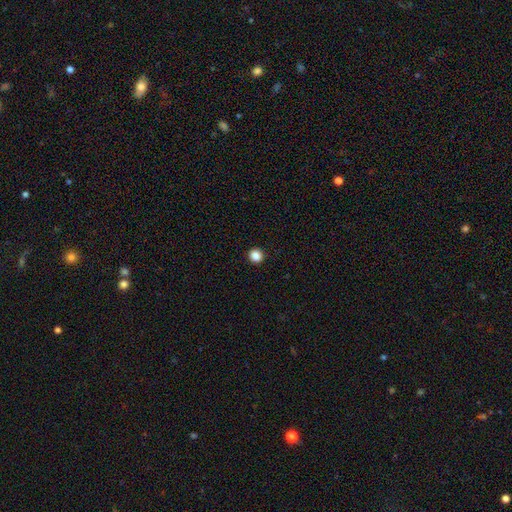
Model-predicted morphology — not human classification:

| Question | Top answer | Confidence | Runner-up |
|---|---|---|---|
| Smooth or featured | smooth | 87% | star or artifact (11%) |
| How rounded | round | 92% | in between (7%) |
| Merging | none | 94% | minor disturbance (4%) |